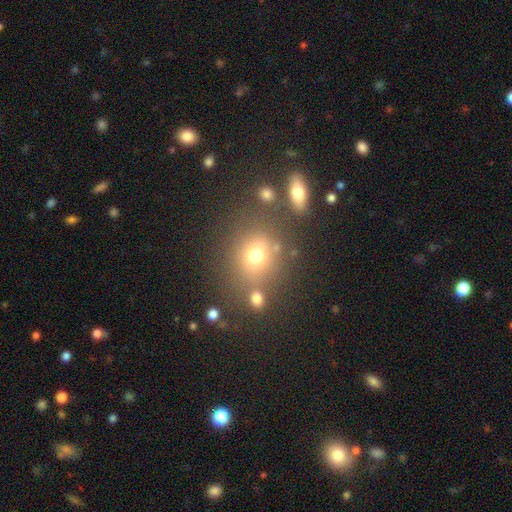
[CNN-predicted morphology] Smooth or featured? smooth (69%)
How rounded? round (71%)
Merging? none (71%)